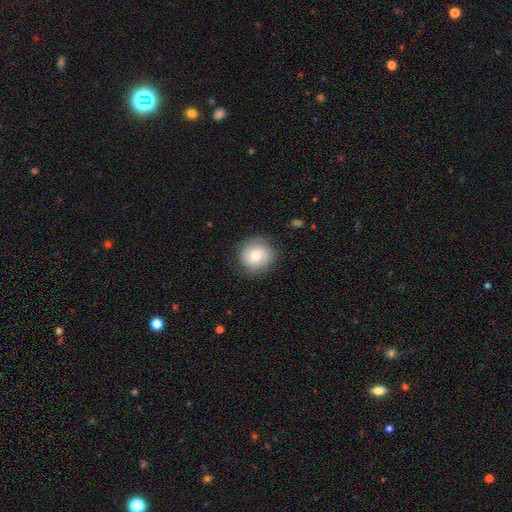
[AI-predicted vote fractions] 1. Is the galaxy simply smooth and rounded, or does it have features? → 59% smooth, 34% featured or disk, 8% star or artifact.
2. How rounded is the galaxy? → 83% round, 16% in between, 1% cigar-shaped.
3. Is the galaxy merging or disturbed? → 81% none, 14% minor disturbance, 4% major disturbance, 1% merger.